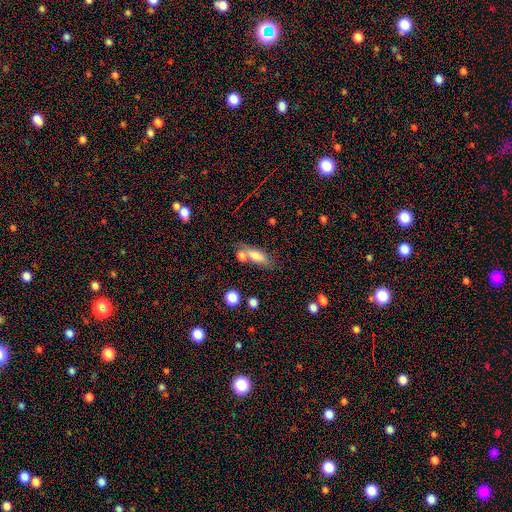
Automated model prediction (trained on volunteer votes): Smooth or featured? Predicted: smooth (p=0.74). How rounded? Predicted: in between (p=0.66). Merging? Predicted: none (p=0.48).